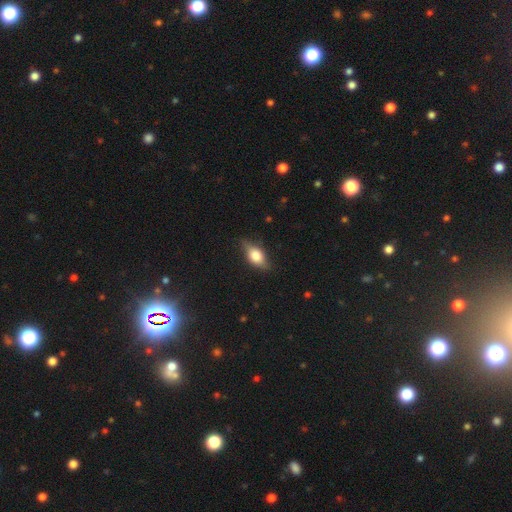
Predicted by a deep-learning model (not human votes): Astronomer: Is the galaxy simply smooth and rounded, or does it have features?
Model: smooth — 63%.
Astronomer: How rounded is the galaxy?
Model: in between — 80%.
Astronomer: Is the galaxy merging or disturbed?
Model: none — 74%.